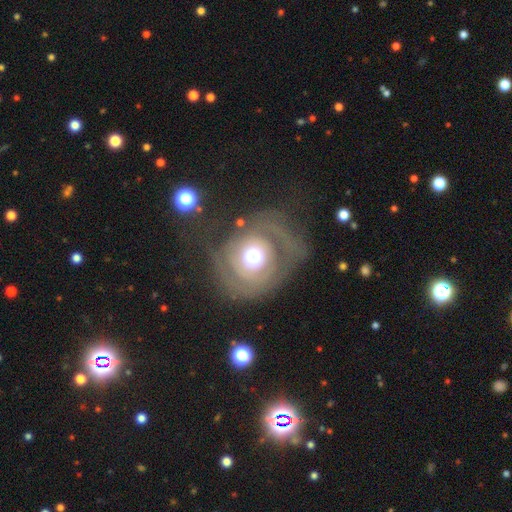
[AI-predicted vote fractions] Smooth or featured? featured or disk (69%)
Edge-on disk? no (97%)
Bar? no (82%)
Spiral arms? yes (65%)
Bulge size? moderate (52%)
Merging? none (51%)